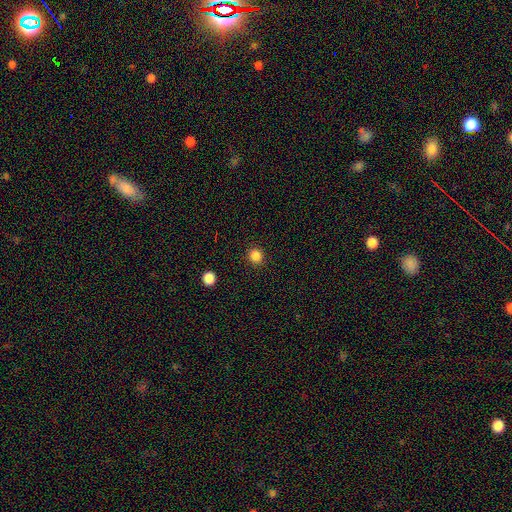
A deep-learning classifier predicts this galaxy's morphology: This appears to be a smooth galaxy with no disk features (85%) that is round (89%). Merging: none (91%).